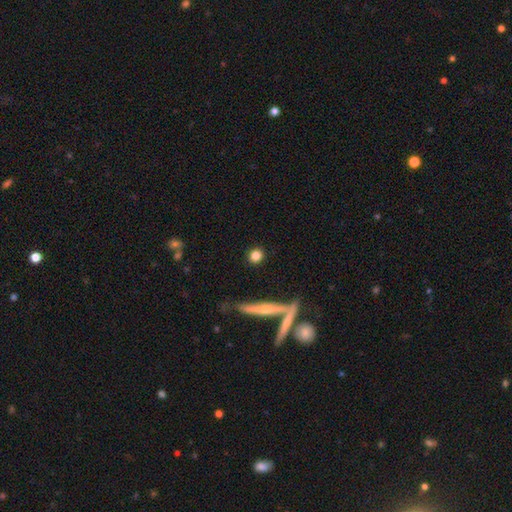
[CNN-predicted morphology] type=smooth (81%); roundness=round (86%); merging=none (87%).